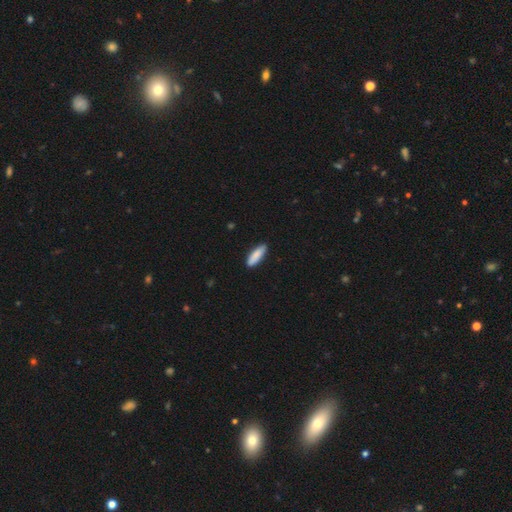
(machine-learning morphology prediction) A smooth galaxy with no disk features (87%) that is cigar-shaped (55%). Merging: none (87%).